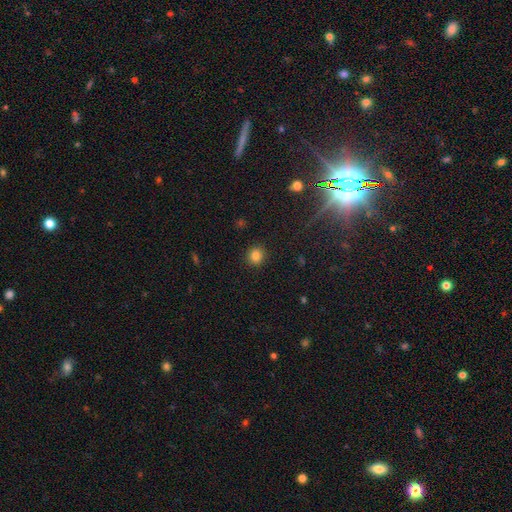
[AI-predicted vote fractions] Smooth or featured? smooth (83%)
How rounded? round (87%)
Merging? none (91%)